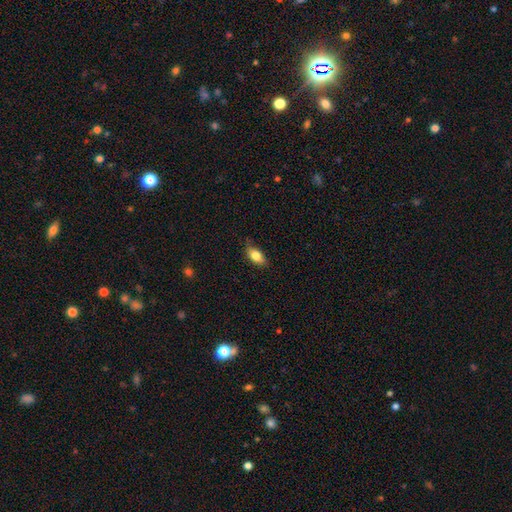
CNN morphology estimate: Smooth or featured?
  - smooth: 81% *
  - featured or disk: 12%
  - star or artifact: 7%
How rounded?
  - in between: 88% *
  - cigar-shaped: 8%
  - round: 5%
Merging?
  - none: 77% *
  - minor disturbance: 19%
  - major disturbance: 3%
  - merger: 1%